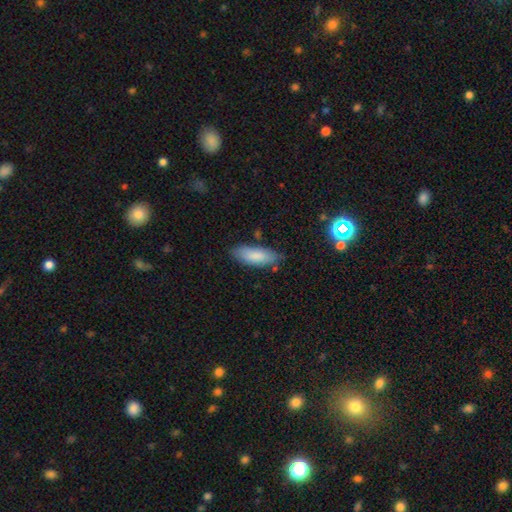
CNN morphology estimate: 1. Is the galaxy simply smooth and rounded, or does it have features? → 83% smooth, 11% featured or disk, 6% star or artifact.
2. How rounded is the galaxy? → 64% in between, 34% cigar-shaped, 2% round.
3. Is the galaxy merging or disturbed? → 78% none, 17% minor disturbance, 3% major disturbance, 2% merger.